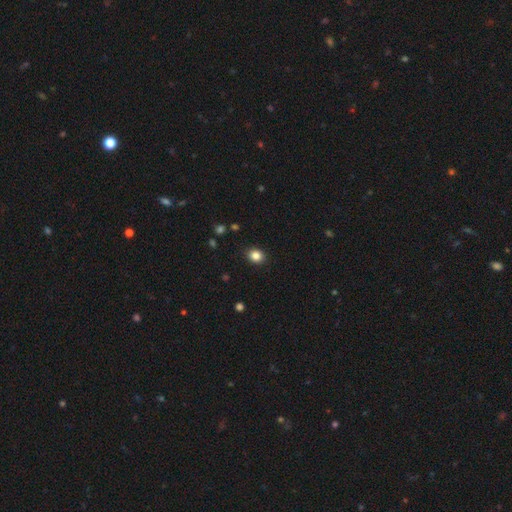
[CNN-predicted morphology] smooth_or_featured: smooth (p=0.85) [alt: star or artifact p=0.11]
how_rounded: round (p=0.59) [alt: in between p=0.40]
merging: none (p=0.89) [alt: minor disturbance p=0.08]